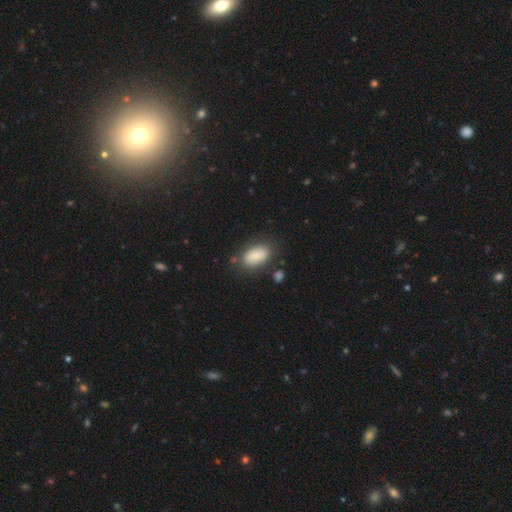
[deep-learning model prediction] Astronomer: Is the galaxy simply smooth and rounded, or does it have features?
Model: smooth — 82%.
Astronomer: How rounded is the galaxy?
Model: in between — 92%.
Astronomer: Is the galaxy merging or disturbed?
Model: none — 75%.